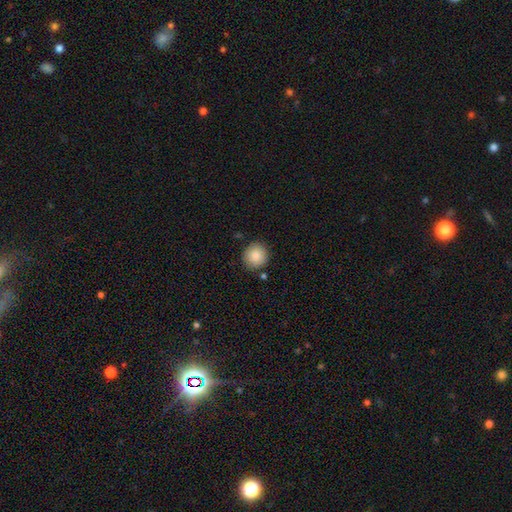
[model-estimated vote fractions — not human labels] Q: Smooth or featured?
A: smooth (87%); runner-up: star or artifact (8%)
Q: How rounded?
A: round (92%); runner-up: in between (7%)
Q: Merging?
A: none (86%); runner-up: minor disturbance (8%)